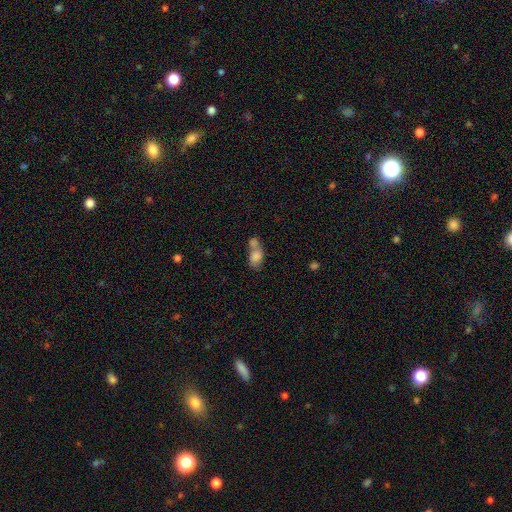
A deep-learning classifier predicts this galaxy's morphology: This is likely a smooth galaxy (78%). How rounded: clearly in between (81%). Merging: likely merger (62%).